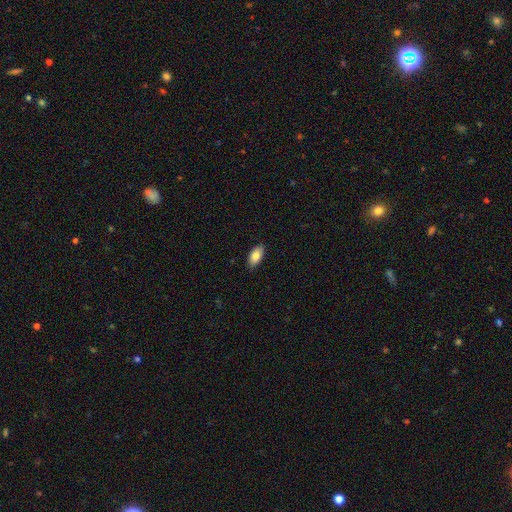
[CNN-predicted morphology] Overall: smooth (85%). How rounded: in between (93%). Merging: none (88%).